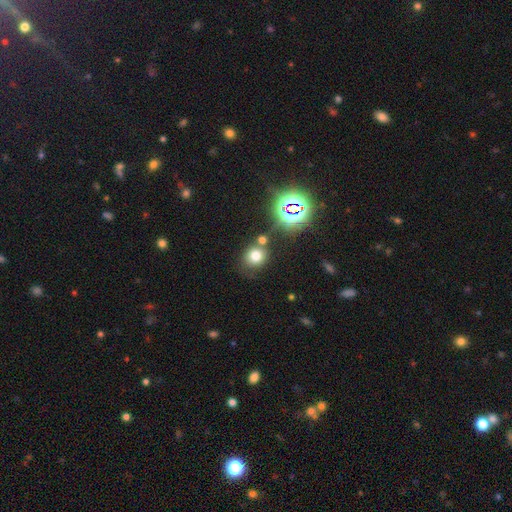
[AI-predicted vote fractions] Smooth or featured? Predicted: smooth (p=0.69). How rounded? Predicted: round (p=0.74). Merging? Predicted: none (p=0.68).